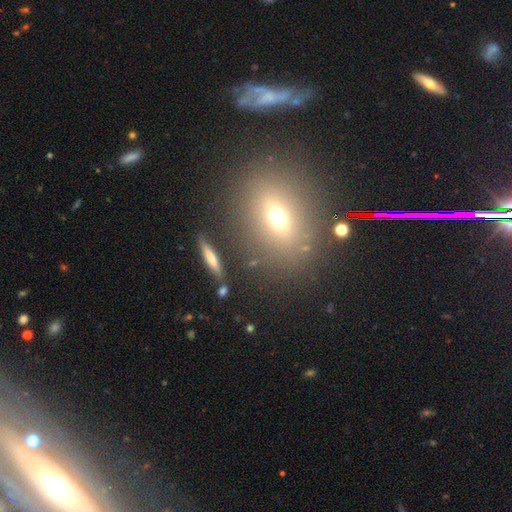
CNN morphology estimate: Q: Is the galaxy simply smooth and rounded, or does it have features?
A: smooth — 45%.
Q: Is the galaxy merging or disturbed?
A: none — 80%.